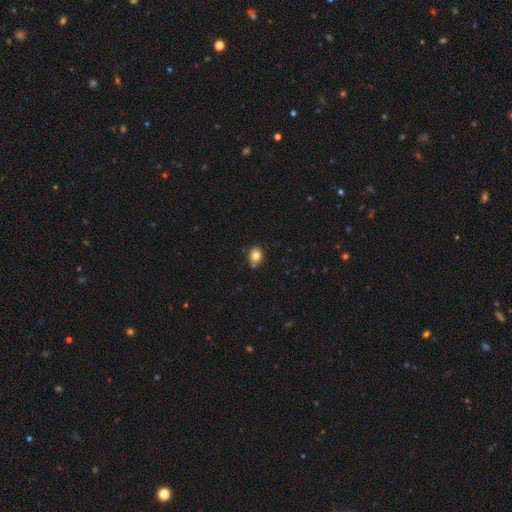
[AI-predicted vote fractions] smooth_or_featured: smooth (p=0.82) [alt: star or artifact p=0.11]
how_rounded: round (p=0.55) [alt: in between p=0.44]
merging: none (p=0.74) [alt: minor disturbance p=0.18]